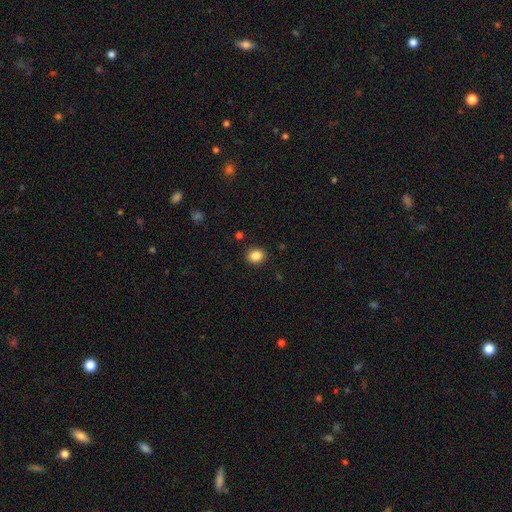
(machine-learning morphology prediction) type=smooth (86%); roundness=round (65%); merging=none (90%).